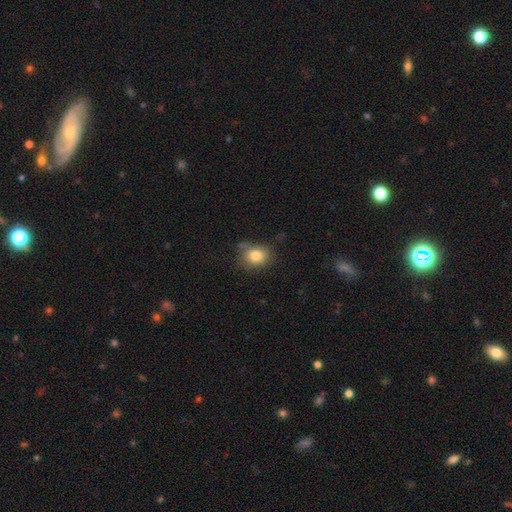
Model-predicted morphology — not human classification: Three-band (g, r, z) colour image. It shows a smooth galaxy with no disk features (82%) that is round (60%). Merging: none (67%).